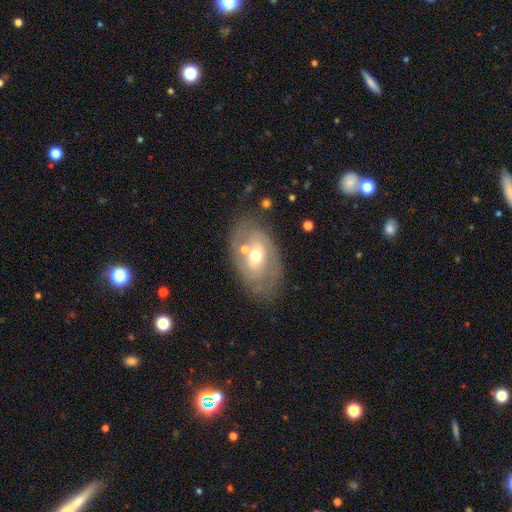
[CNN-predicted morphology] The model was most divided on "smooth or featured": featured or disk: 55%, smooth: 37%, star or artifact: 8%. More confident: edge-on disk — no (91%); merging — none (65%).